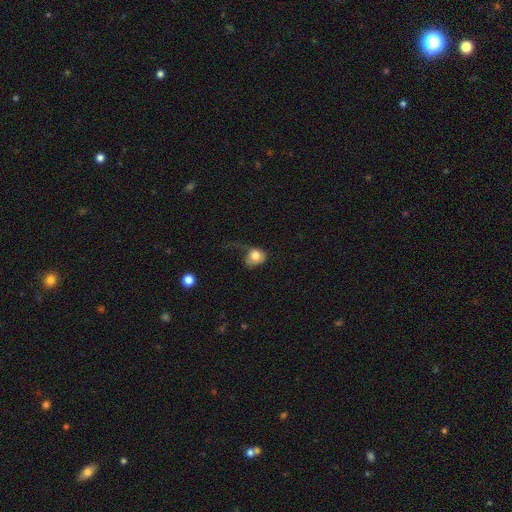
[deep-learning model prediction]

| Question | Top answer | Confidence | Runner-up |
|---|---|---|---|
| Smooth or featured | smooth | 76% | featured or disk (16%) |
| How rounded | round | 63% | in between (36%) |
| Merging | major disturbance | 43% | none (28%) |